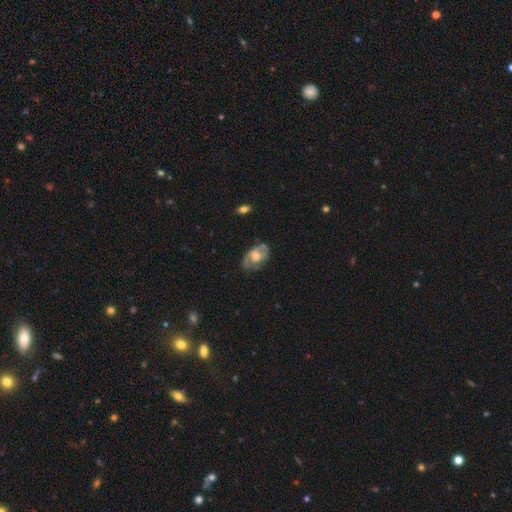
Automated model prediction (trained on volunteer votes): This appears to be a featured or disk galaxy (67%) with no bar (56%), 2 (73%) medium (47%) spiral arms (81%) and a moderate central bulge (56%). Merging: none (66%).